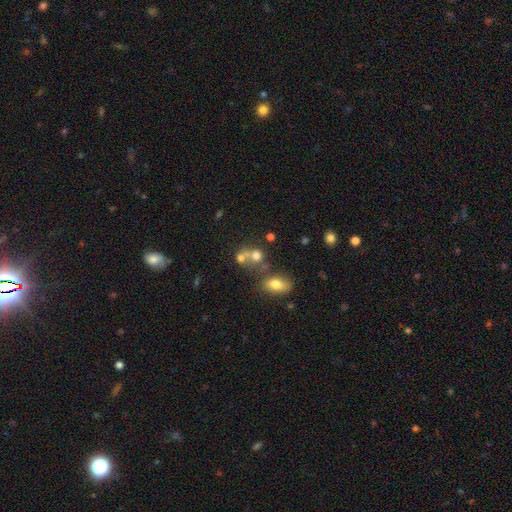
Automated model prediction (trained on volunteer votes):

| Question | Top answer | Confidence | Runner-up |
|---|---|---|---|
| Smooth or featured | smooth | 67% | featured or disk (17%) |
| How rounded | round | 67% | in between (32%) |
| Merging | merger | 50% | none (34%) |